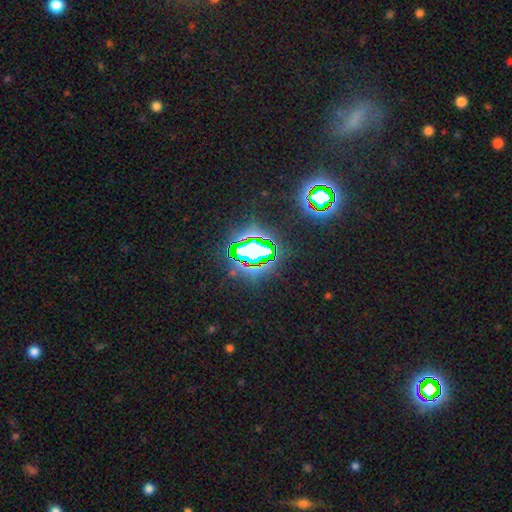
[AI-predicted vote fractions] Q: Smooth or featured?
A: star or artifact (81%); runner-up: smooth (11%)